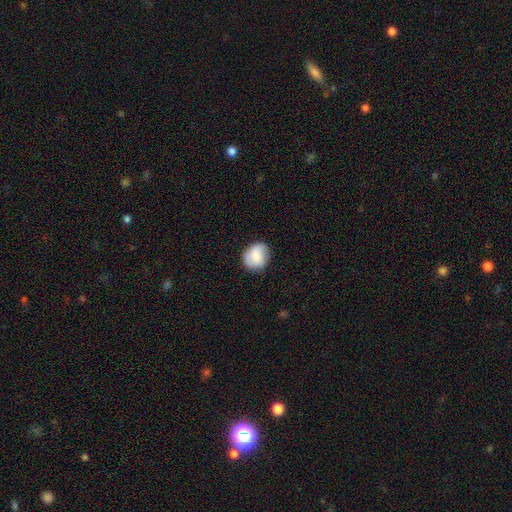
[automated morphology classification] Q: Smooth or featured?
A: smooth (75%); runner-up: featured or disk (18%)
Q: How rounded?
A: round (68%); runner-up: in between (31%)
Q: Merging?
A: none (78%); runner-up: minor disturbance (16%)